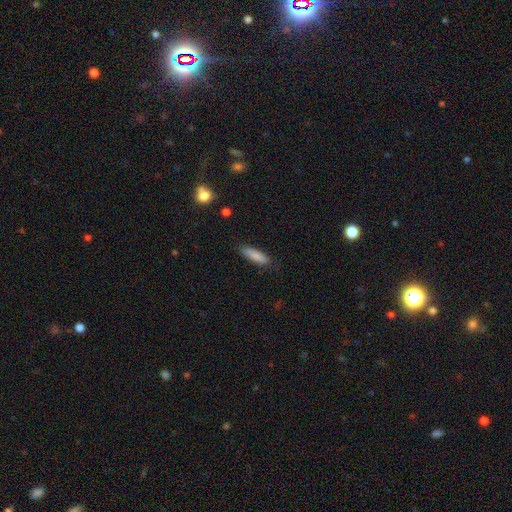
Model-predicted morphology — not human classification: Q: Smooth or featured?
A: smooth (83%); runner-up: featured or disk (10%)
Q: How rounded?
A: cigar-shaped (61%); runner-up: in between (37%)
Q: Merging?
A: none (84%); runner-up: minor disturbance (12%)